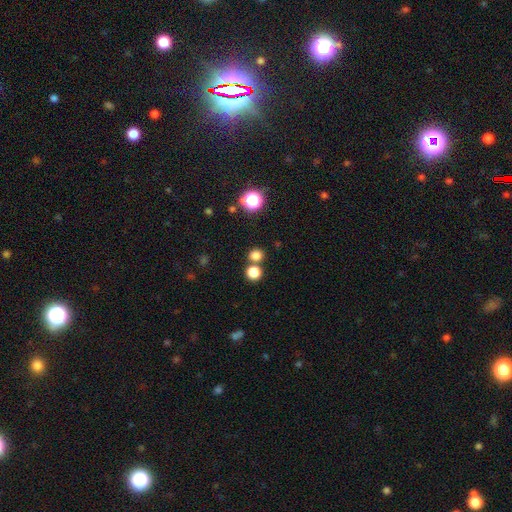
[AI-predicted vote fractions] Smooth or featured: smooth — 78% (star or artifact — 18%)
How rounded: round — 85% (in between — 14%)
Merging: none — 70% (merger — 20%)